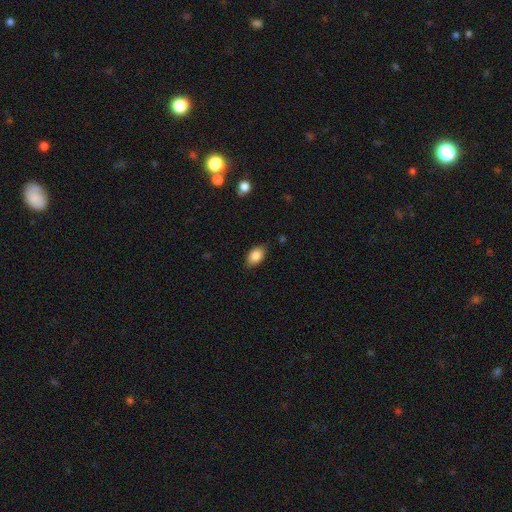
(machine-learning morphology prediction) Q: Smooth or featured?
A: smooth (86%); runner-up: star or artifact (8%)
Q: How rounded?
A: in between (89%); runner-up: round (9%)
Q: Merging?
A: none (83%); runner-up: minor disturbance (13%)